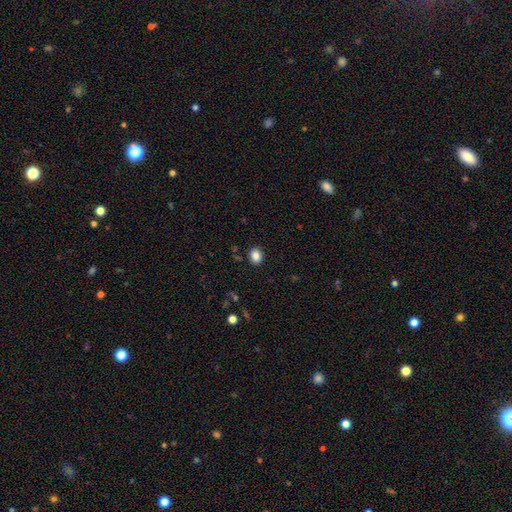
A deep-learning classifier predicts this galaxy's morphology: smooth-or-featured: smooth: 85% | star or artifact: 10% | featured or disk: 5%
  how-rounded: round: 53% | in between: 46% | cigar-shaped: 1%
  merging: none: 89% | minor disturbance: 8% | major disturbance: 2% | merger: 1%